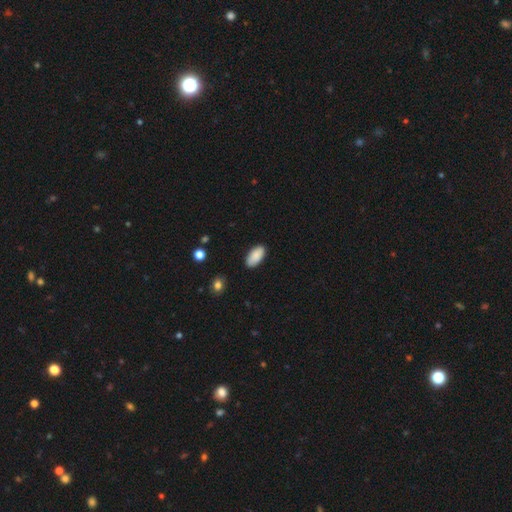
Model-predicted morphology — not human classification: The model was most divided on "merging": none: 86%, minor disturbance: 10%, major disturbance: 2%, merger: 1%. More confident: how rounded — in between (94%); smooth or featured — smooth (89%).